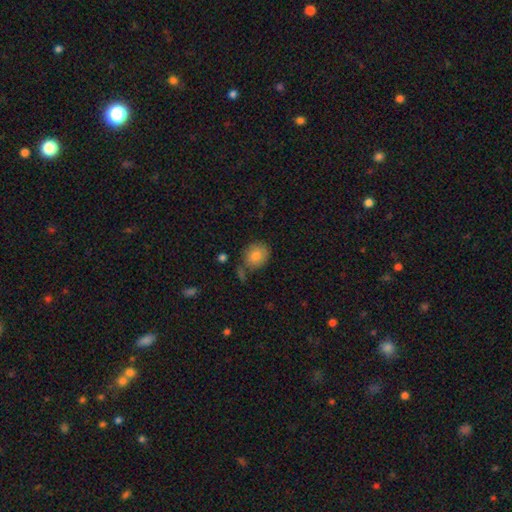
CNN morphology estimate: Smooth or featured? smooth (82%)
How rounded? round (63%)
Merging? none (71%)